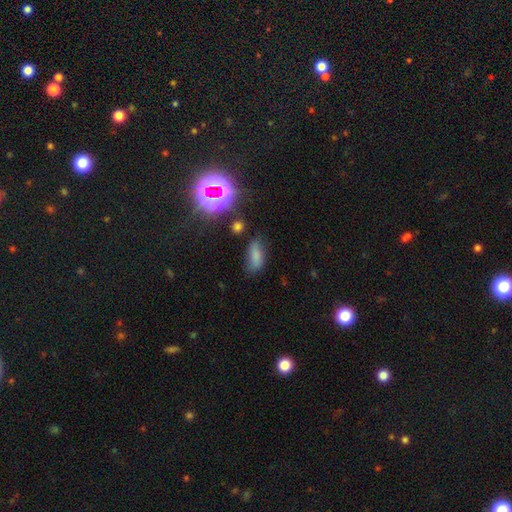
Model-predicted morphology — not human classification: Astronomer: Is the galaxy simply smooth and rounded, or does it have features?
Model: smooth — 70%.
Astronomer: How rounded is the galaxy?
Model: in between — 83%.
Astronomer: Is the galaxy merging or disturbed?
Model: none — 62%.